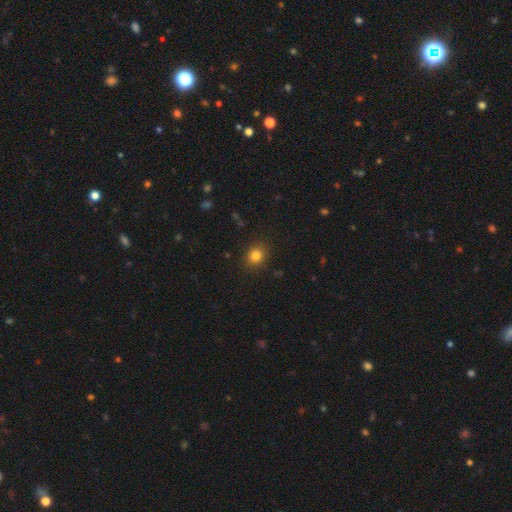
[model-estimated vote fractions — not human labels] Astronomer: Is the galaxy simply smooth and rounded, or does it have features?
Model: smooth — 82%.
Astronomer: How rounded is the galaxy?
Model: round — 67%.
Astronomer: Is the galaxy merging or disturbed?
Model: none — 88%.